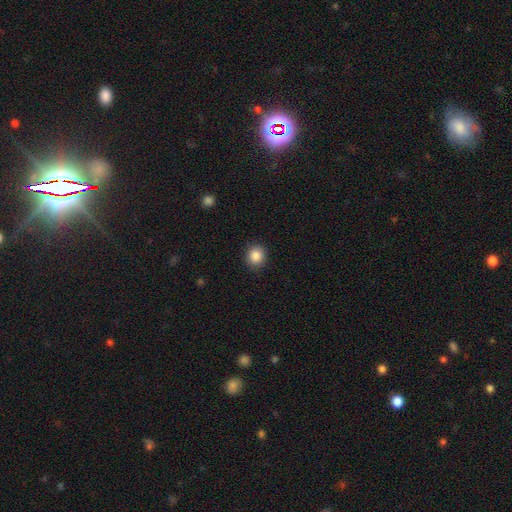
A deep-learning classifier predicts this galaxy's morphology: This is clearly a smooth galaxy (86%). How rounded: clearly round (82%). Merging: clearly none (90%).